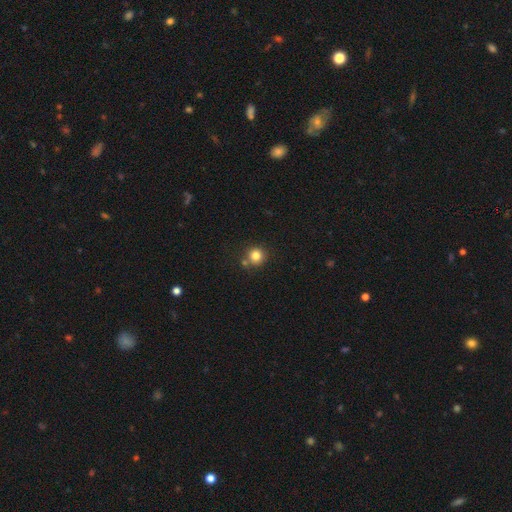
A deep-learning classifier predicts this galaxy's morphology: This appears to be a smooth galaxy with no disk features (82%) that is round (92%). Merging: none (75%).